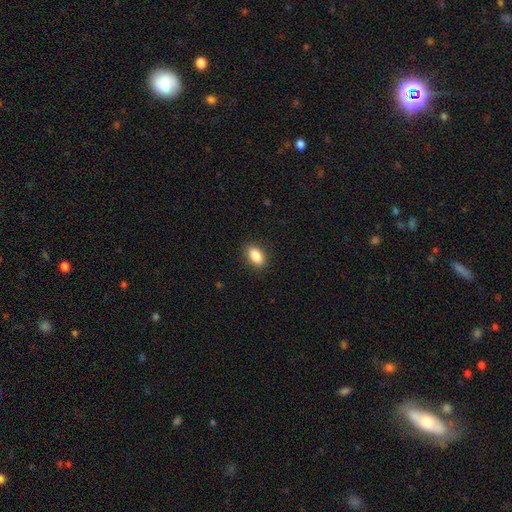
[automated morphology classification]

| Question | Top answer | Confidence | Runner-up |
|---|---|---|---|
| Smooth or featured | smooth | 87% | star or artifact (8%) |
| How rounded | in between | 89% | round (8%) |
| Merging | none | 89% | minor disturbance (8%) |